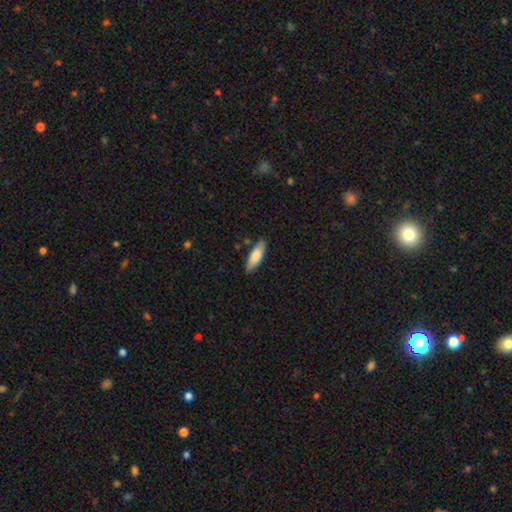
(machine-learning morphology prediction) type=smooth (80%); roundness=in between (62%); merging=none (83%).